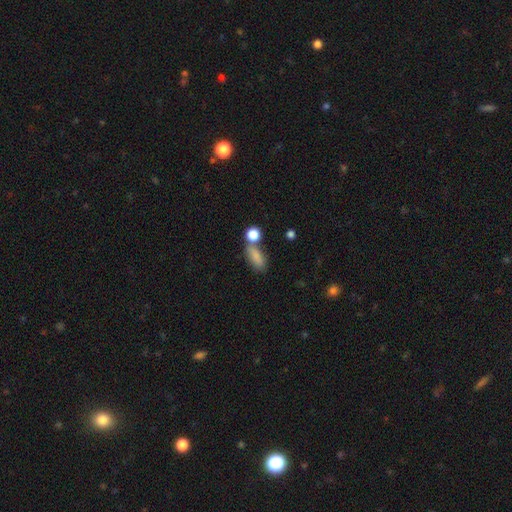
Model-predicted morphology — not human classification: Q: Smooth or featured?
A: smooth (82%); runner-up: star or artifact (9%)
Q: How rounded?
A: in between (75%); runner-up: cigar-shaped (16%)
Q: Merging?
A: none (55%); runner-up: merger (23%)